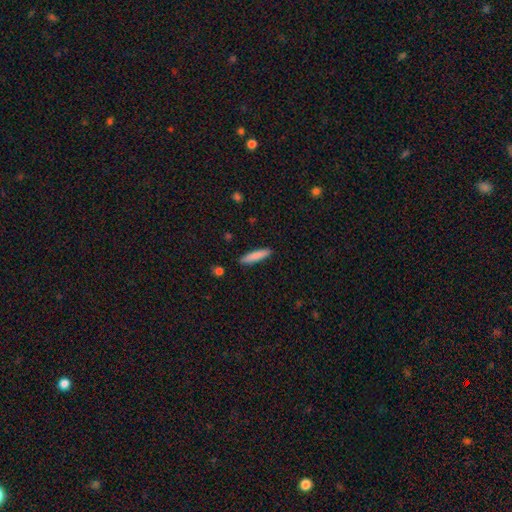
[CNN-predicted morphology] Smooth or featured: smooth — 83% (featured or disk — 11%)
How rounded: cigar-shaped — 85% (in between — 13%)
Merging: none — 90% (minor disturbance — 8%)